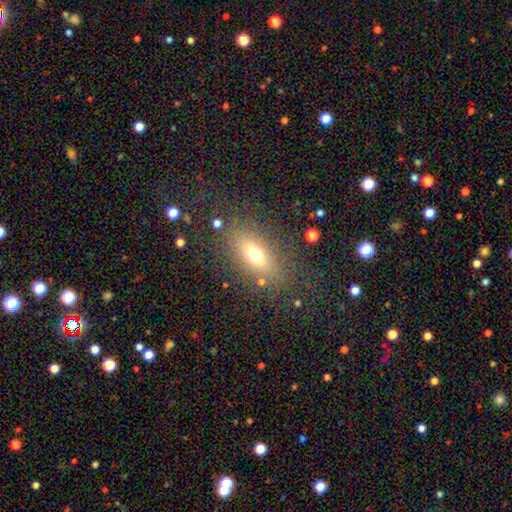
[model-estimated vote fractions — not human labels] This is likely a smooth galaxy (63%). How rounded: likely in between (74%). Merging: likely none (78%).